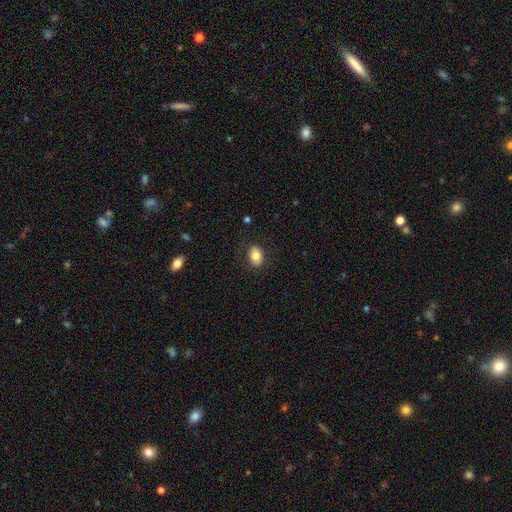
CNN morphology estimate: Smooth or featured?
  - smooth: 82% *
  - featured or disk: 10%
  - star or artifact: 8%
How rounded?
  - in between: 75% *
  - round: 24%
  - cigar-shaped: 1%
Merging?
  - none: 86% *
  - minor disturbance: 10%
  - major disturbance: 3%
  - merger: 1%